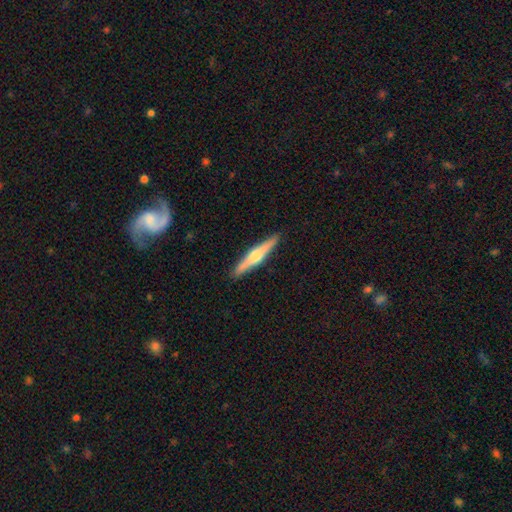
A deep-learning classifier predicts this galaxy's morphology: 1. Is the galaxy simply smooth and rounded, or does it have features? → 63% featured or disk, 31% smooth, 5% star or artifact.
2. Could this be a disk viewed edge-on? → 98% yes, 2% no.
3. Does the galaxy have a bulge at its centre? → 87% rounded, 8% boxy, 5% none.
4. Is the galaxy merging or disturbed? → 91% none, 6% minor disturbance, 1% major disturbance, 1% merger.